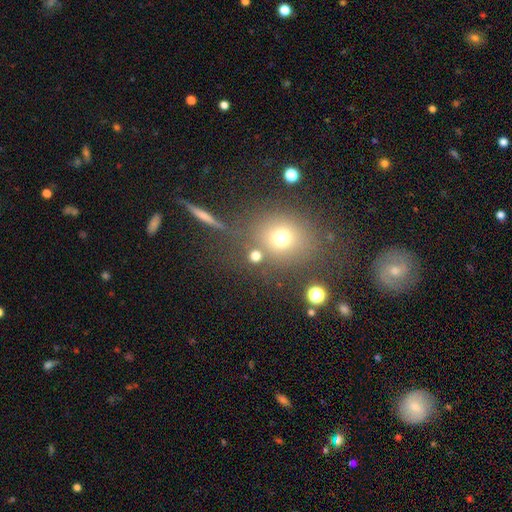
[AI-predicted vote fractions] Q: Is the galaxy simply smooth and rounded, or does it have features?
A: smooth — 68%.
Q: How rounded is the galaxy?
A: round — 85%.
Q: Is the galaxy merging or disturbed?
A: none — 74%.